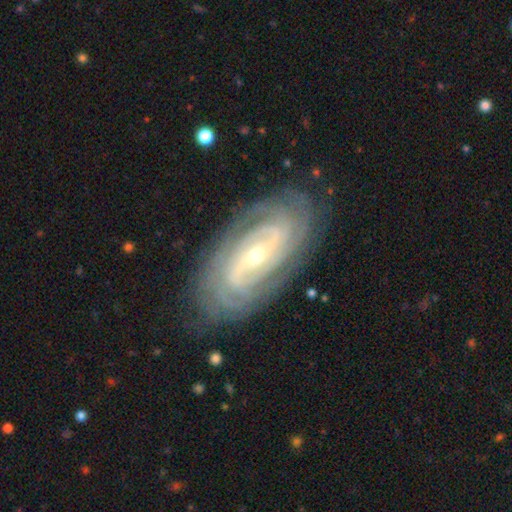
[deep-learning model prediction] This appears to be a featured or disk galaxy (90%) with a weak bar (37%), tight (79%) spiral arms (98%) and a small central bulge (62%). Merging: none (84%).